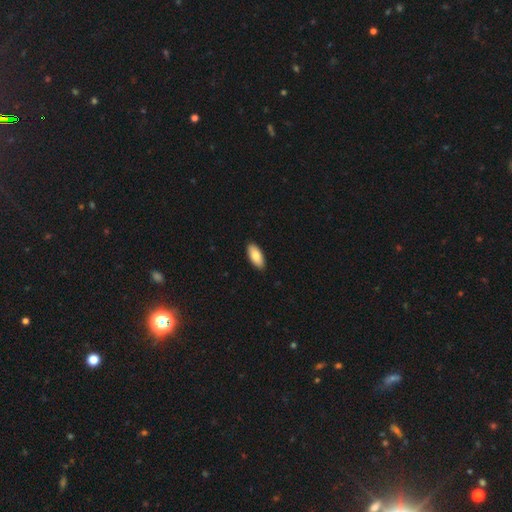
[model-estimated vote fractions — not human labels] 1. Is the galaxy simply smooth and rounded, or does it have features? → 84% smooth, 10% featured or disk, 6% star or artifact.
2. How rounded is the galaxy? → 90% in between, 8% cigar-shaped, 2% round.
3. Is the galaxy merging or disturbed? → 89% none, 9% minor disturbance, 2% major disturbance, 1% merger.